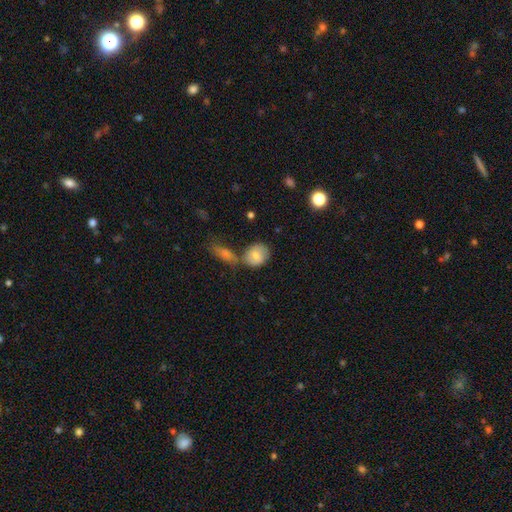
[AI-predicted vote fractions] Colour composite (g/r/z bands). It shows a smooth galaxy with no disk features (74%) that is round (55%). Merging: none (53%).